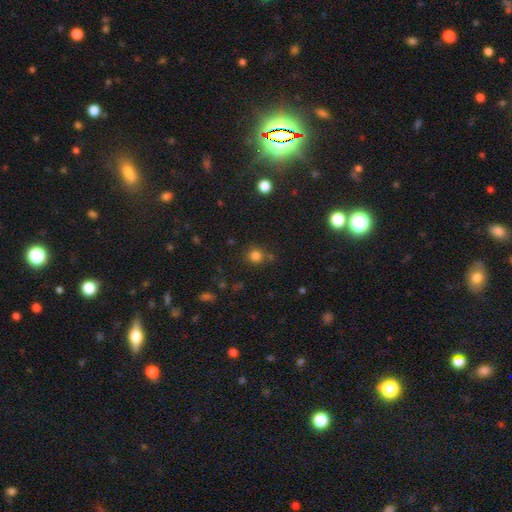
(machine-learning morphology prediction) Smooth or featured: smooth — 78% (star or artifact — 17%)
How rounded: round — 89% (in between — 10%)
Merging: none — 74% (minor disturbance — 12%)